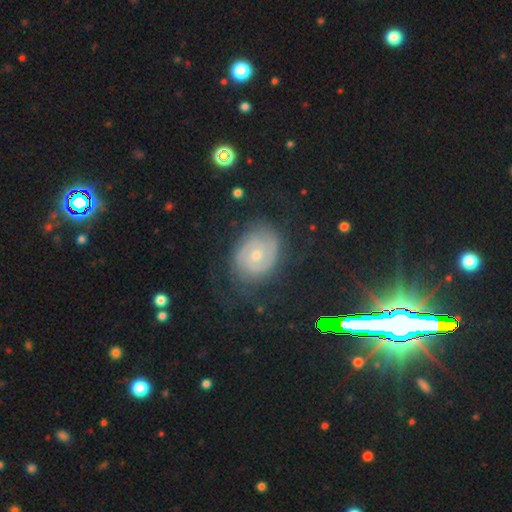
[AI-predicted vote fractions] Smooth or featured? Predicted: featured or disk (p=0.77). Edge-on disk? Predicted: no (p=0.97). Bar? Predicted: no (p=0.68). Spiral arms? Predicted: yes (p=0.92). Spiral winding? Predicted: tight (p=0.65). Spiral arm count? Predicted: 2 (p=0.56). Bulge size? Predicted: moderate (p=0.54). Merging? Predicted: none (p=0.71).